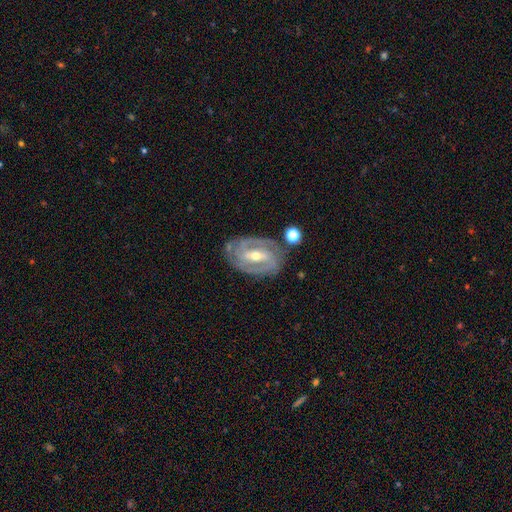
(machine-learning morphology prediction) Smooth or featured? Predicted: featured or disk (p=0.88). Edge-on disk? Predicted: no (p=0.96). Bar? Predicted: strong (p=0.52). Spiral arms? Predicted: yes (p=0.95). Spiral winding? Predicted: tight (p=0.61). Spiral arm count? Predicted: 2 (p=0.71). Bulge size? Predicted: moderate (p=0.51). Merging? Predicted: none (p=0.77).